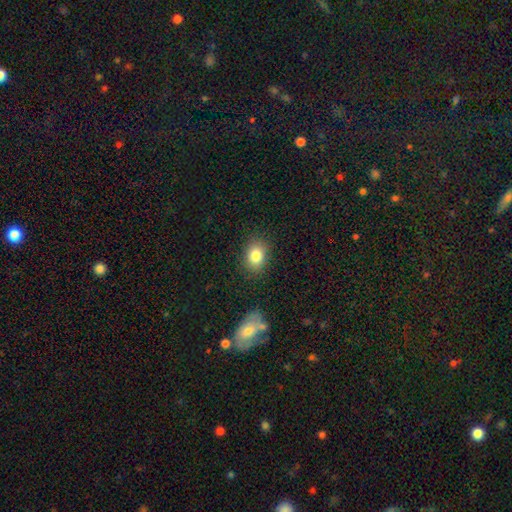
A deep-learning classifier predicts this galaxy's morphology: The model was most divided on "how rounded": in between: 65%, round: 34%, cigar-shaped: 1%. More confident: merging — none (85%); smooth or featured — smooth (82%).